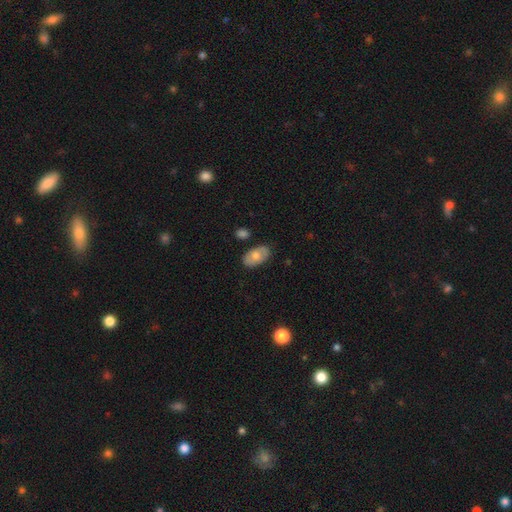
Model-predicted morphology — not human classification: A smooth galaxy with no disk features (63%) that is in between round and cigar-shaped (93%). Merging: none (83%).